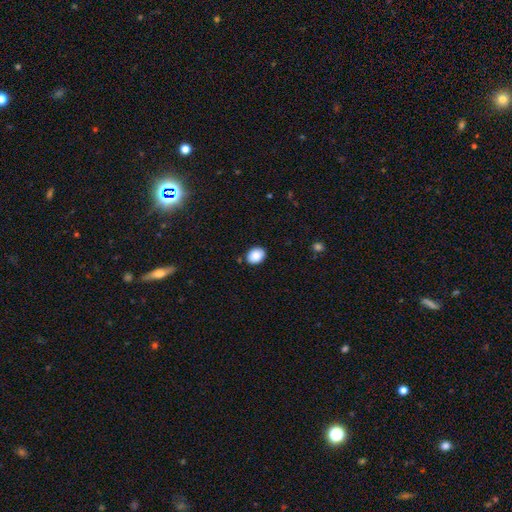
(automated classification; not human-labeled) smooth-or-featured: smooth: 89% | star or artifact: 7% | featured or disk: 4%
  how-rounded: in between: 61% | round: 38% | cigar-shaped: 1%
  merging: none: 87% | minor disturbance: 10% | major disturbance: 2% | merger: 2%